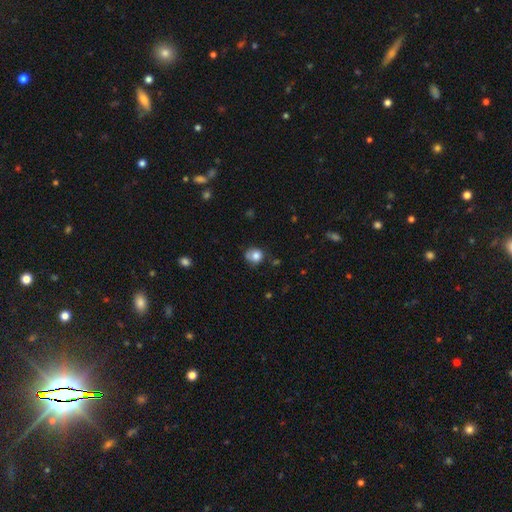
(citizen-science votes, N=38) smooth 68%, featured or disk 21%, star or artifact 11%. Down the decision tree: how rounded — round (58%); merging — none (44%).